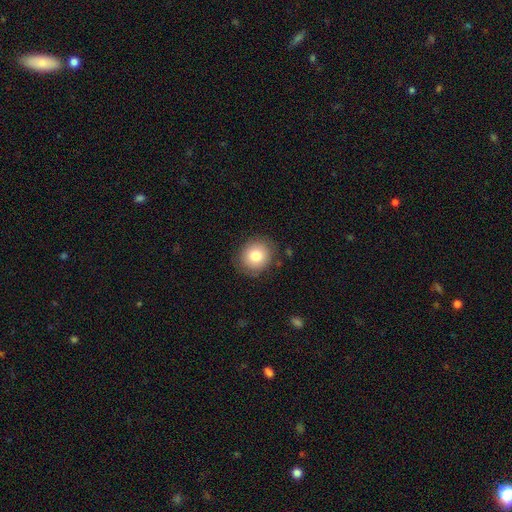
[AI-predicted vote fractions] Smooth or featured? Predicted: smooth (p=0.79). How rounded? Predicted: round (p=0.82). Merging? Predicted: none (p=0.84).